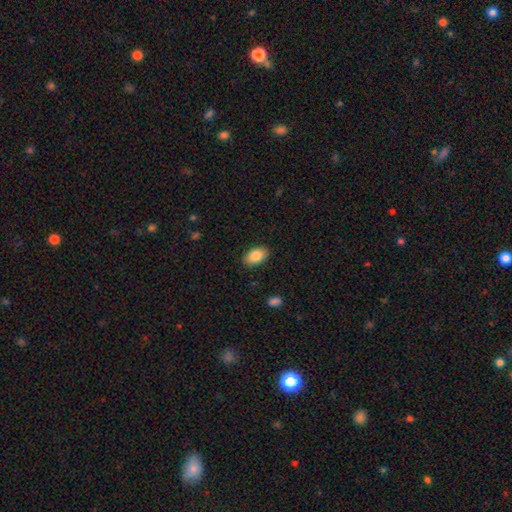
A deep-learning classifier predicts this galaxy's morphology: A smooth galaxy with no disk features (86%) that is in between round and cigar-shaped (92%). Merging: none (87%).